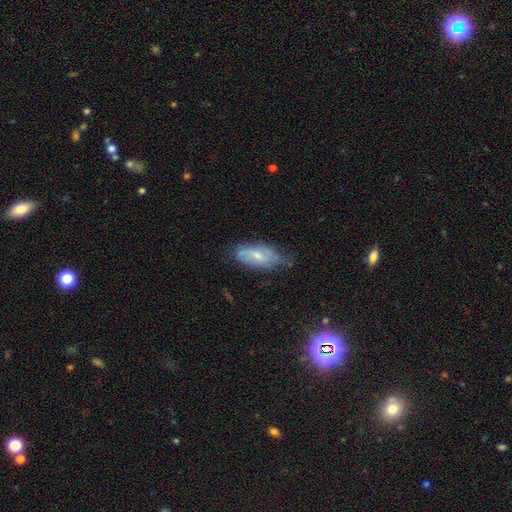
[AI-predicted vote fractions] The model was most divided on "smooth or featured" (2-way tie): featured or disk: 46%, smooth: 46%, star or artifact: 8%. More confident: merging — none (54%).